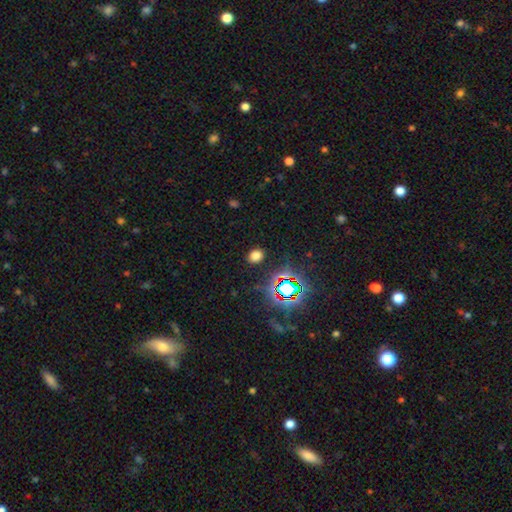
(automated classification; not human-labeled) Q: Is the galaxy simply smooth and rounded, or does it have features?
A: smooth — 69%.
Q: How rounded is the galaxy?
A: round — 53%.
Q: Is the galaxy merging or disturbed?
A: none — 88%.